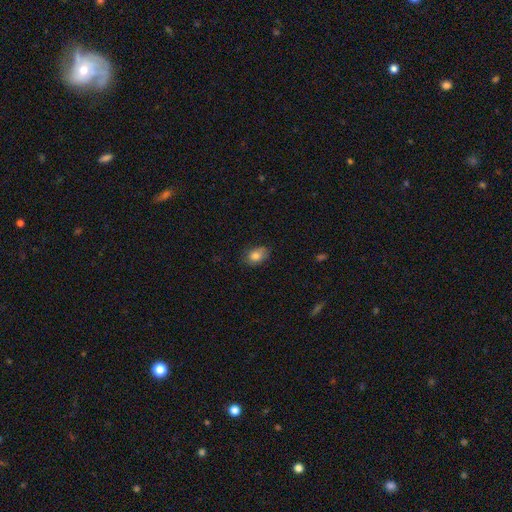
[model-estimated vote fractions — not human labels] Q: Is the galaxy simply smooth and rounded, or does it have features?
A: smooth — 81%.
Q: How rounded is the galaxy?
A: in between — 77%.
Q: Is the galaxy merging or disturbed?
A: none — 74%.